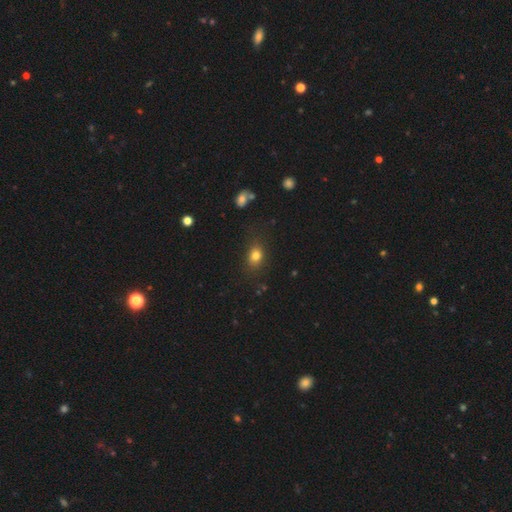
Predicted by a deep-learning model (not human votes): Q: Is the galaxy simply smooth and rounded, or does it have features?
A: smooth — 78%.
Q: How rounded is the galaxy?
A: in between — 62%.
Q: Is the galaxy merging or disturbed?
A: none — 78%.